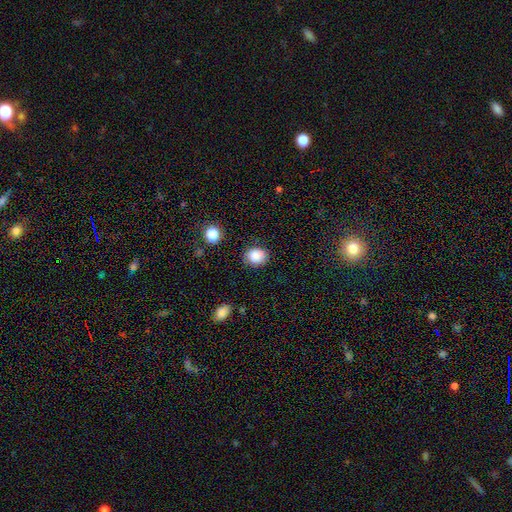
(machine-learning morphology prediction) Smooth or featured: smooth — 86% (star or artifact — 9%)
How rounded: round — 64% (in between — 35%)
Merging: none — 79% (minor disturbance — 15%)